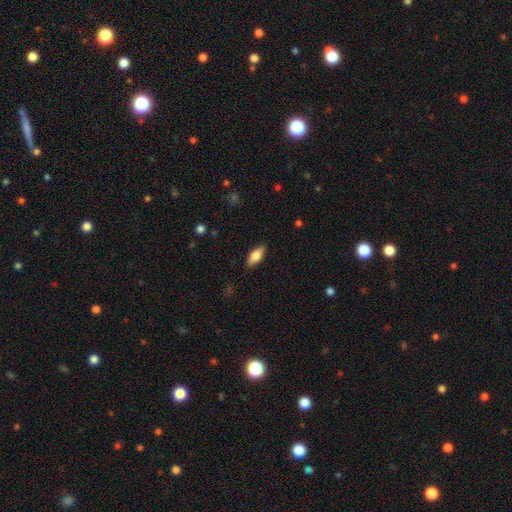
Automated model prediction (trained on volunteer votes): smooth-or-featured: smooth: 73% | featured or disk: 21% | star or artifact: 6%
  how-rounded: in between: 76% | cigar-shaped: 22% | round: 3%
  merging: none: 88% | minor disturbance: 9% | major disturbance: 2% | merger: 1%